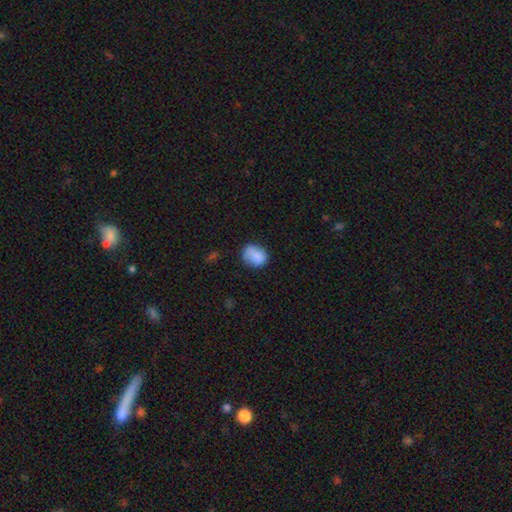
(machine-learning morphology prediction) smooth 84%, star or artifact 8%, featured or disk 7%. Down the decision tree: how rounded — in between (56%); merging — none (65%).